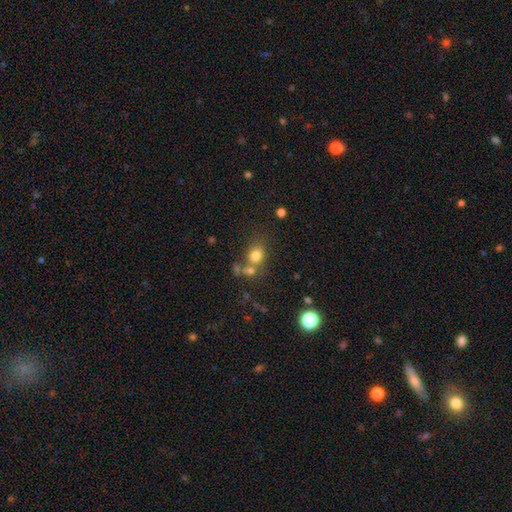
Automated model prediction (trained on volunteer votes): This is likely a smooth galaxy (75%). How rounded: possibly round (55%). Merging: possibly none (53%).